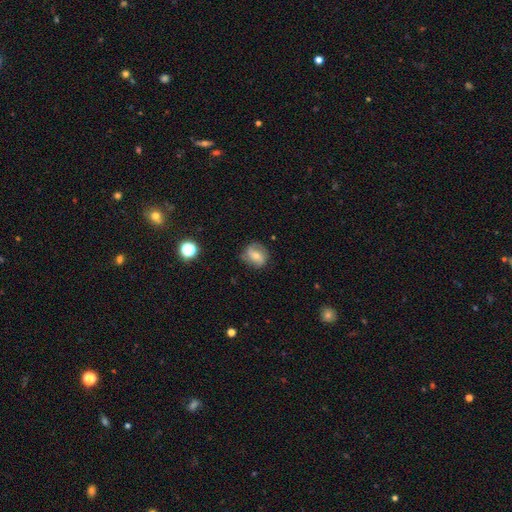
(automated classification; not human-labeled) Smooth or featured? Predicted: smooth (p=0.52). How rounded? Predicted: round (p=0.66). Merging? Predicted: none (p=0.72).